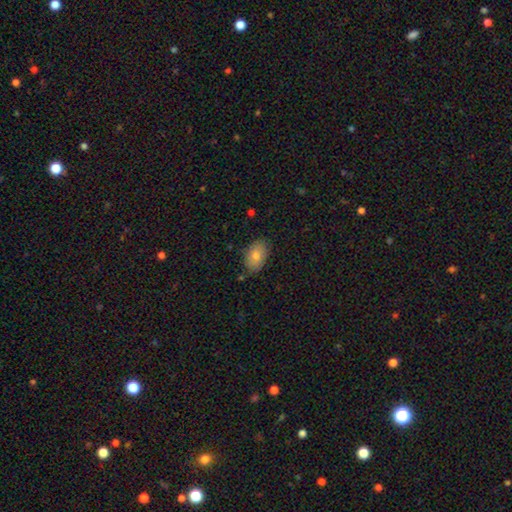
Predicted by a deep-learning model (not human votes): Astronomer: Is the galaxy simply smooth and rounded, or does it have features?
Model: smooth — 78%.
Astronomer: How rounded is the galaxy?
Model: in between — 89%.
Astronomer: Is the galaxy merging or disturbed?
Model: none — 84%.